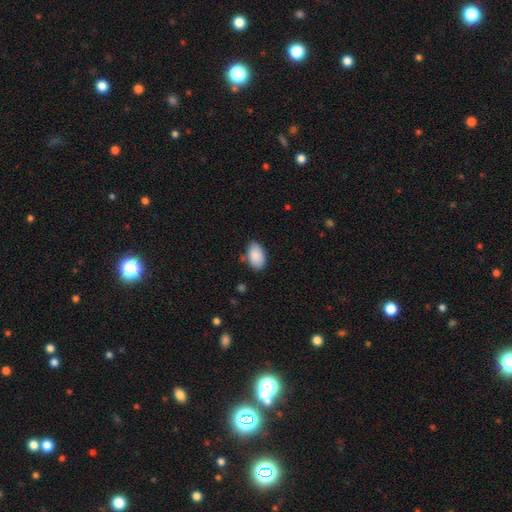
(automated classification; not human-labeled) smooth-or-featured: smooth: 89% | star or artifact: 6% | featured or disk: 5%
  how-rounded: in between: 94% | round: 4% | cigar-shaped: 1%
  merging: none: 75% | minor disturbance: 19% | major disturbance: 3% | merger: 2%